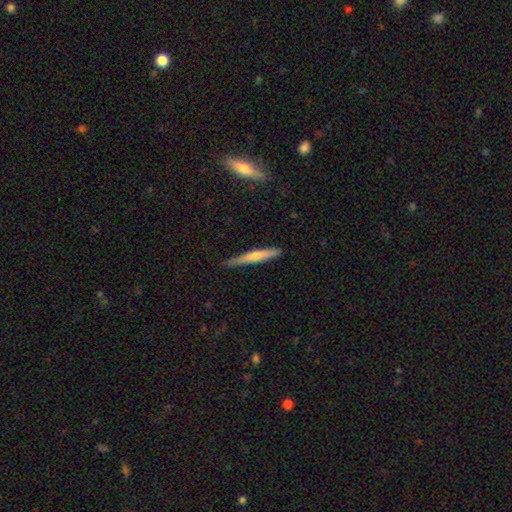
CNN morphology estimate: This appears to be a featured or disk galaxy (50%) viewed edge-on (96%). Merging: none (87%).